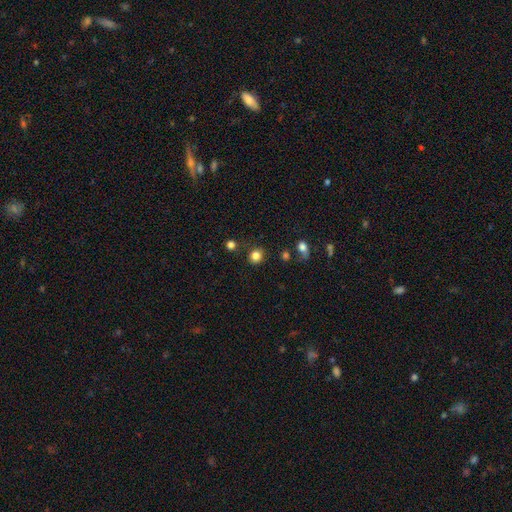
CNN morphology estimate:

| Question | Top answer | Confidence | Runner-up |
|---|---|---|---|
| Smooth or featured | smooth | 83% | star or artifact (12%) |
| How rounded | round | 81% | in between (18%) |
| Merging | none | 82% | minor disturbance (10%) |